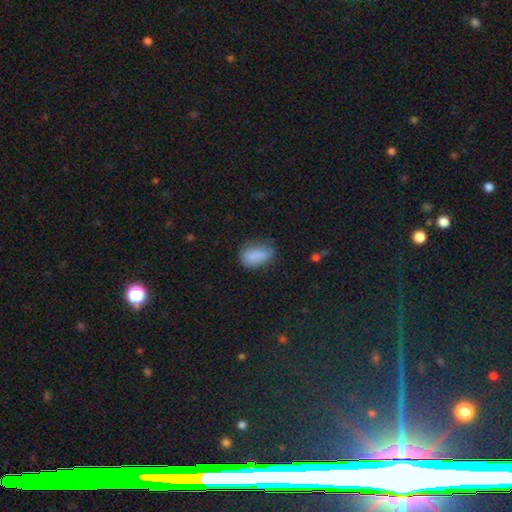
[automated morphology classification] smooth 85%, star or artifact 9%, featured or disk 7%. Down the decision tree: how rounded — in between (89%); merging — none (61%).